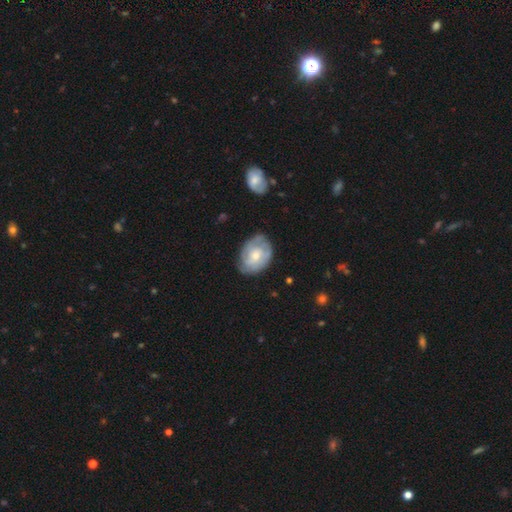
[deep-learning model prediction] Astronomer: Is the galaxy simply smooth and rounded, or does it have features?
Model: featured or disk — 60%.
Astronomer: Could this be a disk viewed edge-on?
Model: no — 96%.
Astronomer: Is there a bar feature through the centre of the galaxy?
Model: no — 72%.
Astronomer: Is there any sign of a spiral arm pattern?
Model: yes — 78%.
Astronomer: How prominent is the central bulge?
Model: moderate — 51% (runner-up: small, 42%).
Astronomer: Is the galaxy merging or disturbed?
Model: none — 70%.